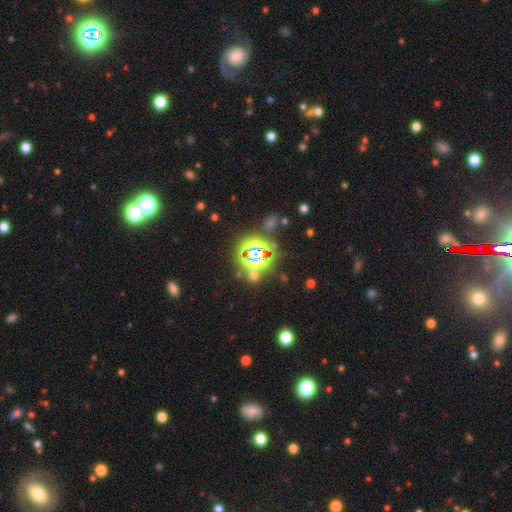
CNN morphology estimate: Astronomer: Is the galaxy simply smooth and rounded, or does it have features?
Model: star or artifact — 75%.